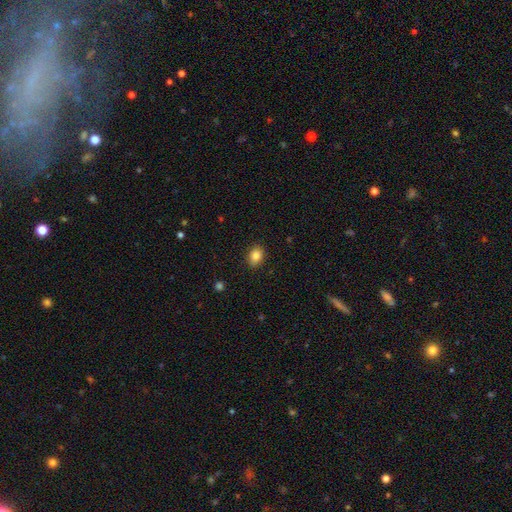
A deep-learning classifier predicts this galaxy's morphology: Smooth or featured?
  - smooth: 86% *
  - star or artifact: 9%
  - featured or disk: 5%
How rounded?
  - in between: 64% *
  - round: 35%
  - cigar-shaped: 1%
Merging?
  - none: 88% *
  - minor disturbance: 9%
  - major disturbance: 2%
  - merger: 1%